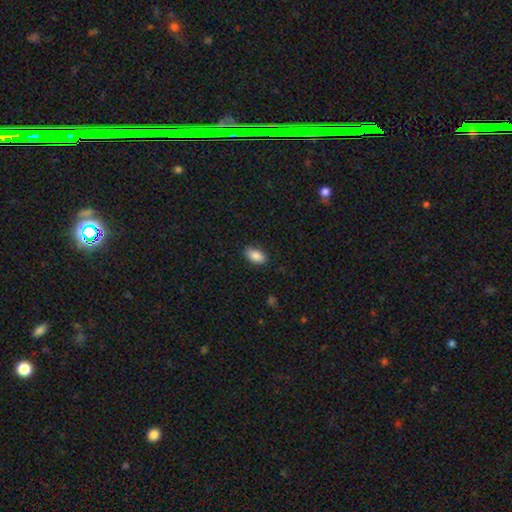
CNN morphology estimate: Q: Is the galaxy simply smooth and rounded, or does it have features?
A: smooth — 89%.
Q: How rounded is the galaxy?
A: in between — 93%.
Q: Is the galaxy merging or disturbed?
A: none — 87%.